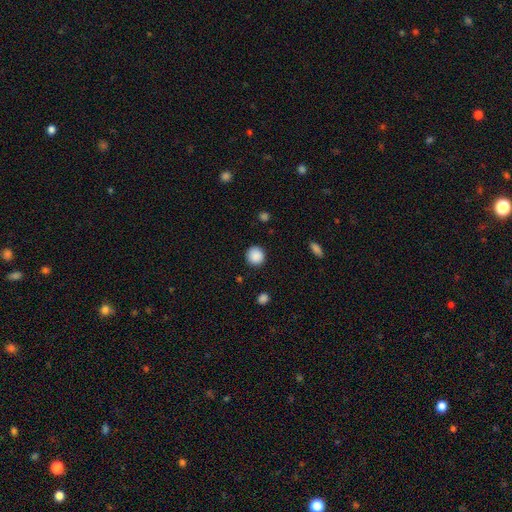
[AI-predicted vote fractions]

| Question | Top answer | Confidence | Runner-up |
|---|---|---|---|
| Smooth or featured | smooth | 89% | star or artifact (9%) |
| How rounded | round | 92% | in between (7%) |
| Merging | none | 90% | minor disturbance (6%) |